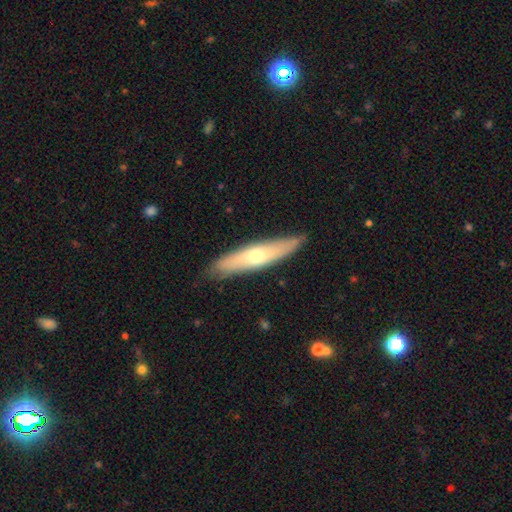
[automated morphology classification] Smooth or featured? smooth (51%)
How rounded? cigar-shaped (80%)
Merging? none (85%)